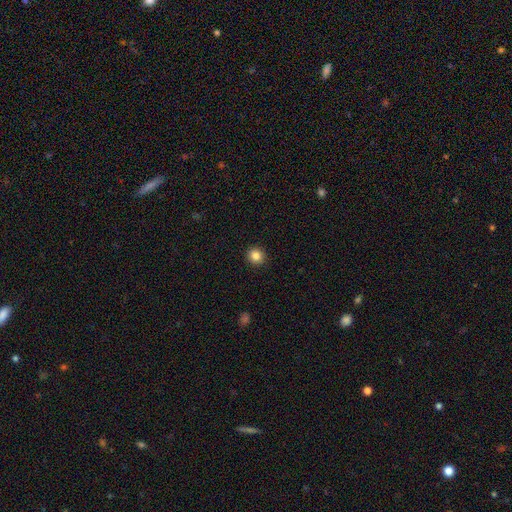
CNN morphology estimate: A smooth galaxy with no disk features (85%) that is round (91%).

Vote fractions:
- Smooth or featured? smooth: 85% / star or artifact: 11% / featured or disk: 5%
- How rounded? round: 91% / in between: 8% / cigar-shaped: 1%
- Merging? none: 92% / minor disturbance: 5% / major disturbance: 2% / merger: 1%